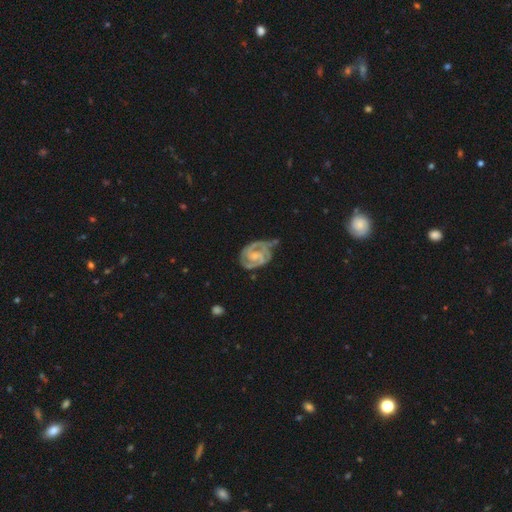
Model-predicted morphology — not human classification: This appears to be a featured or disk galaxy (90%) with no bar (51%), 2 (71%) tight (56%) spiral arms (97%) and a small central bulge (61%). Merging: none (52%).